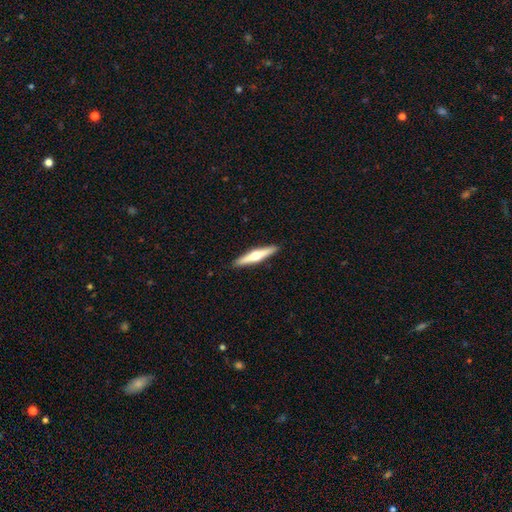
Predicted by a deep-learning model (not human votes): smooth-or-featured: featured or disk: 62% | smooth: 33% | star or artifact: 5%
  disk-edge-on: yes: 97% | no: 3%
    edge-on-bulge: rounded: 94% | none: 4% | boxy: 2%
  merging: none: 92% | minor disturbance: 6% | major disturbance: 1% | merger: 1%